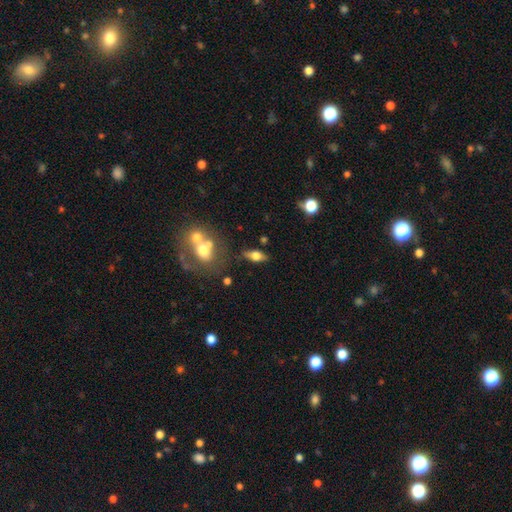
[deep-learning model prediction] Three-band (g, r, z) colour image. It shows a smooth galaxy with no disk features (54%) that is in between round and cigar-shaped (72%). Merging: none (73%).